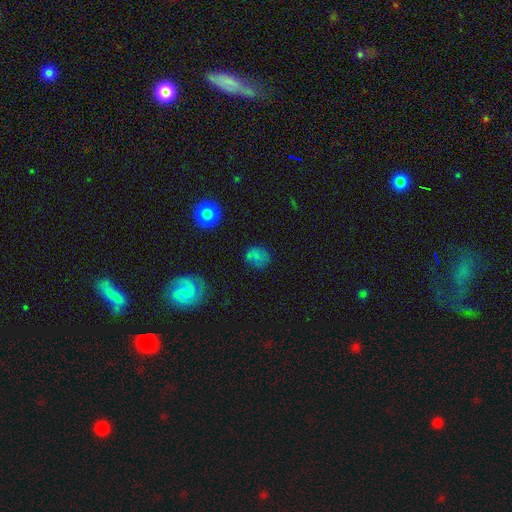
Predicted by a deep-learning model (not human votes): Smooth or featured? Predicted: smooth (p=0.68). How rounded? Predicted: round (p=0.68). Merging? Predicted: none (p=0.69).